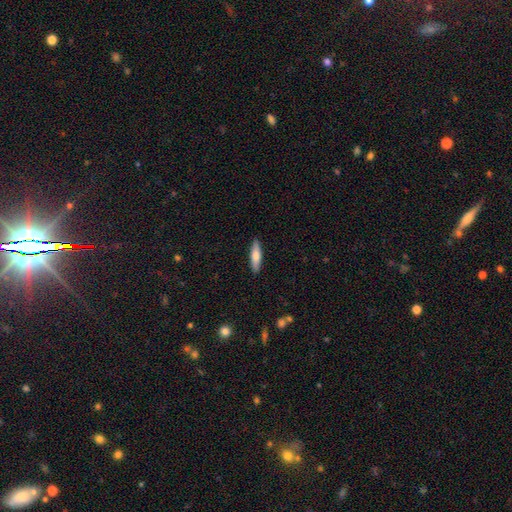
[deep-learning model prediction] Morphology: type=smooth (66%); roundness=cigar-shaped (73%); merging=none (90%).